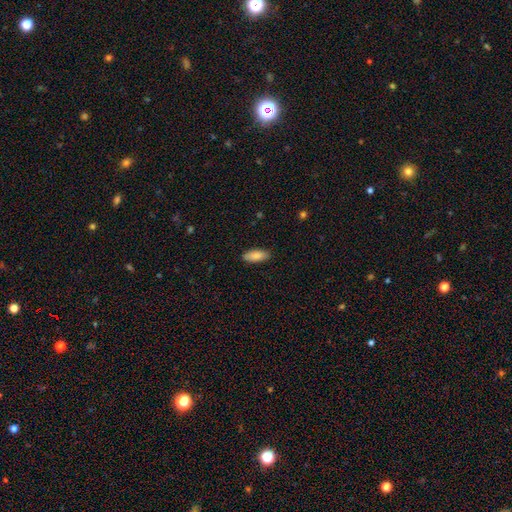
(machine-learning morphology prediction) smooth 87%, featured or disk 7%, star or artifact 6%. Down the decision tree: how rounded — in between (78%); merging — none (87%).